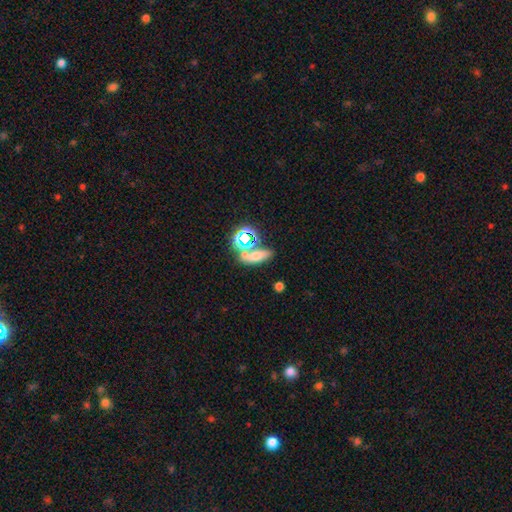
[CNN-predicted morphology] Q: Smooth or featured?
A: smooth (55%); runner-up: star or artifact (28%)
Q: How rounded?
A: in between (55%); runner-up: cigar-shaped (25%)
Q: Merging?
A: none (54%); runner-up: merger (28%)